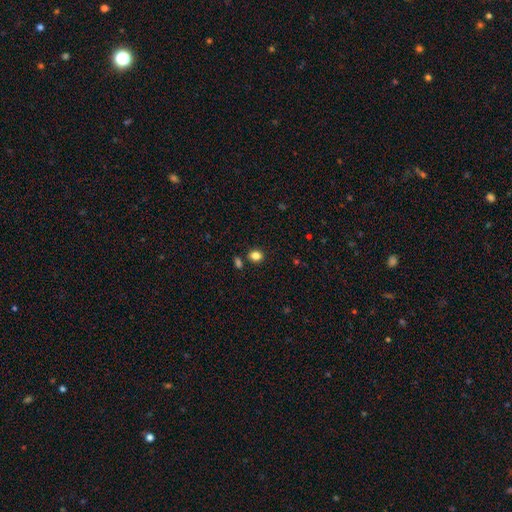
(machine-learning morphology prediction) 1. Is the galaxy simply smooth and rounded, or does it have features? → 83% smooth, 12% star or artifact, 5% featured or disk.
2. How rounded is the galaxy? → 50% in between, 49% round, 1% cigar-shaped.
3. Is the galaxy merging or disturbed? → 82% none, 9% minor disturbance, 7% merger, 3% major disturbance.